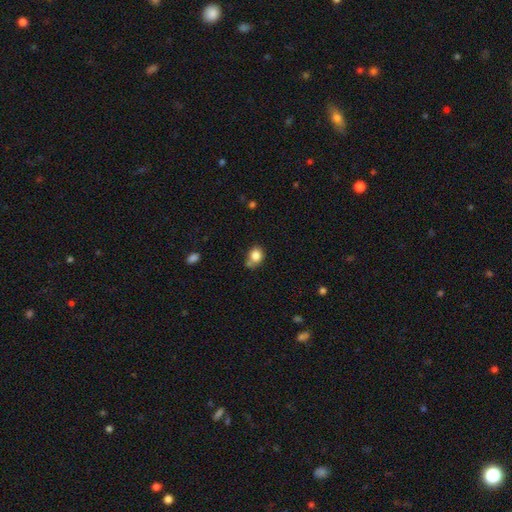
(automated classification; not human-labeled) Smooth or featured: smooth — 83% (star or artifact — 10%)
How rounded: round — 59% (in between — 40%)
Merging: none — 58% (minor disturbance — 22%)